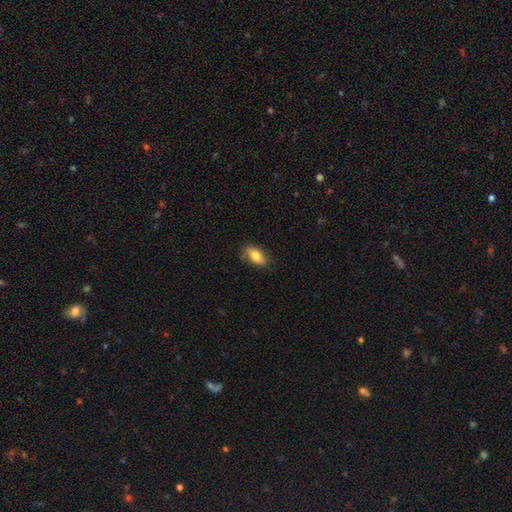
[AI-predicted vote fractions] Smooth or featured: smooth — 74% (featured or disk — 19%)
How rounded: in between — 89% (cigar-shaped — 6%)
Merging: none — 74% (minor disturbance — 20%)